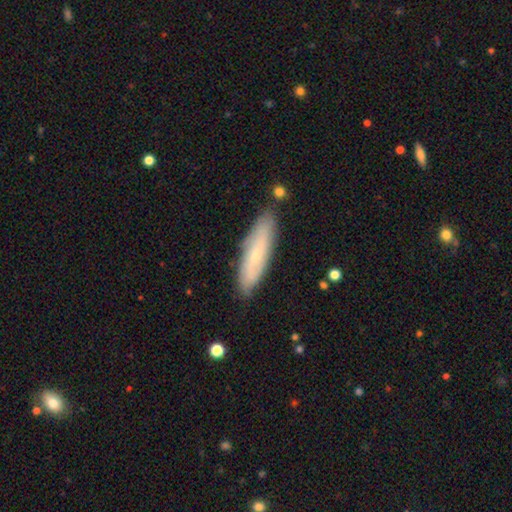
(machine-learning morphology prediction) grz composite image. It shows a smooth galaxy with no disk features (47%). Merging: none (83%).